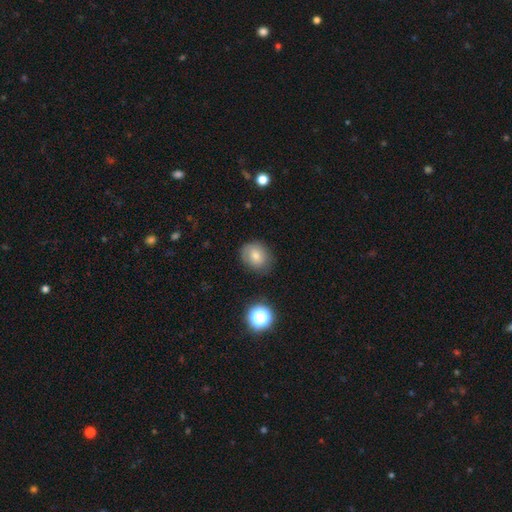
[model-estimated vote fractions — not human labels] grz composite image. It shows a smooth galaxy with no disk features (70%) that is round (66%). Merging: none (76%).